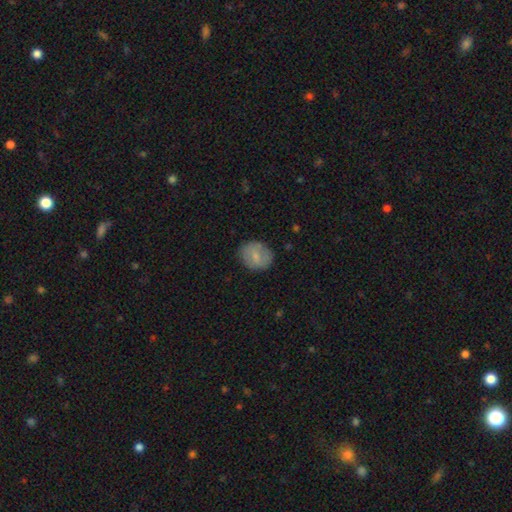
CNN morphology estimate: Smooth or featured? smooth (71%)
How rounded? round (60%)
Merging? none (81%)